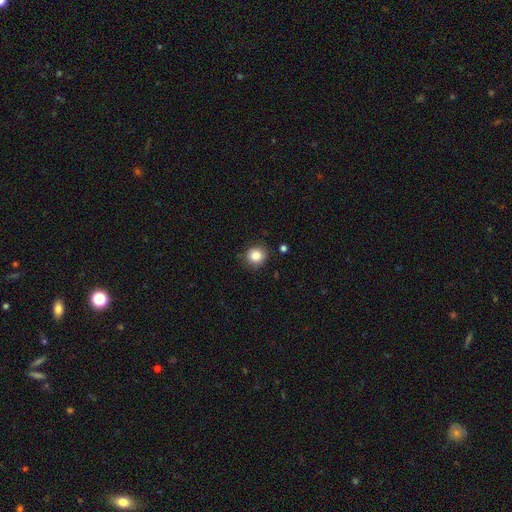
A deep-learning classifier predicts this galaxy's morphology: The model was most divided on "merging": none: 83%, minor disturbance: 12%, major disturbance: 3%, merger: 2%. More confident: how rounded — round (88%); smooth or featured — smooth (86%).